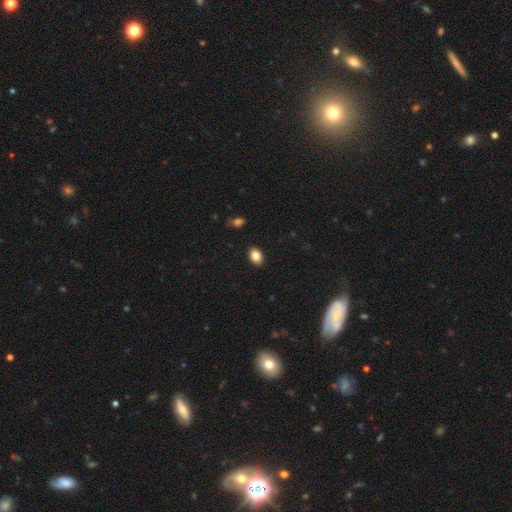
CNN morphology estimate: smooth 85%, star or artifact 9%, featured or disk 6%. Down the decision tree: how rounded — in between (74%); merging — none (89%).